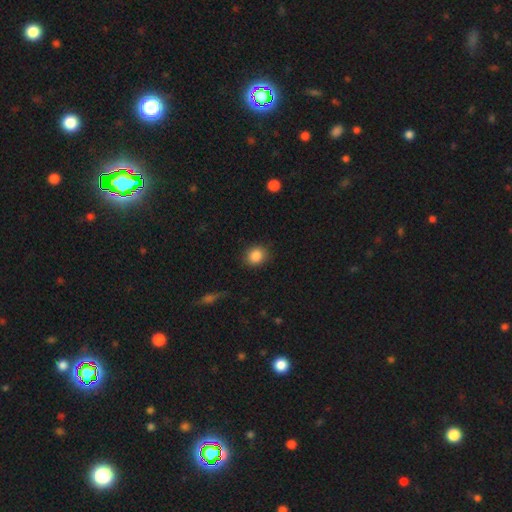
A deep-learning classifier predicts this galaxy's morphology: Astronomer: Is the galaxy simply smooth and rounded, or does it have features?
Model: smooth — 87%.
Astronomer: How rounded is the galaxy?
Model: round — 66%.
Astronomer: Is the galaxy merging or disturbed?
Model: none — 86%.